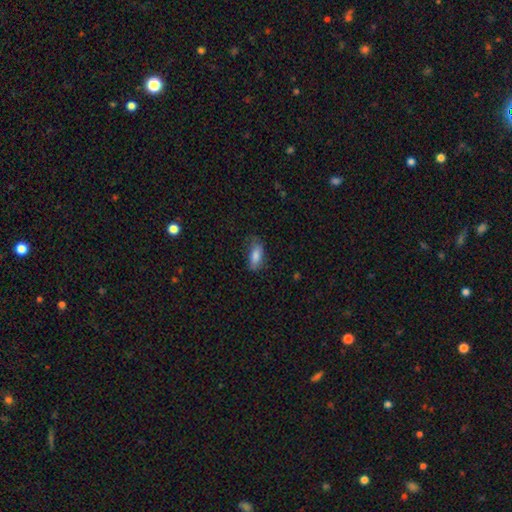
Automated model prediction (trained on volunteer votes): A smooth galaxy with no disk features (83%) that is in between round and cigar-shaped (78%). Merging: none (68%).